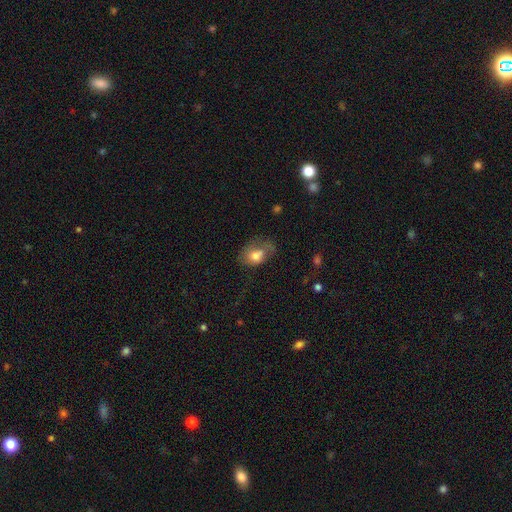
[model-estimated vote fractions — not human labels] Smooth or featured: smooth — 69% (featured or disk — 22%)
How rounded: in between — 74% (round — 25%)
Merging: none — 31% (major disturbance — 30%)